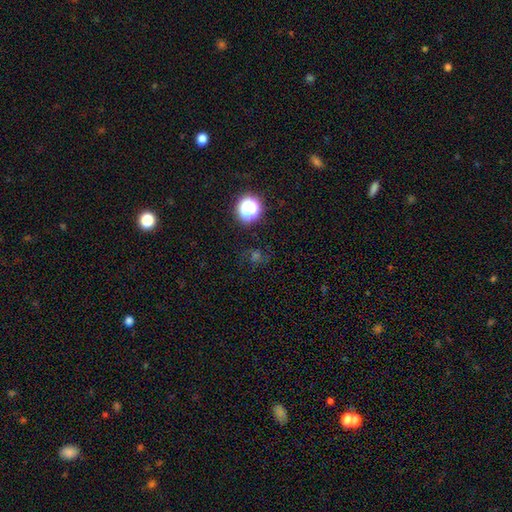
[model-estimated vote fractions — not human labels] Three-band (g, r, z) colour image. It shows a star or artifact, not a galaxy (53%).